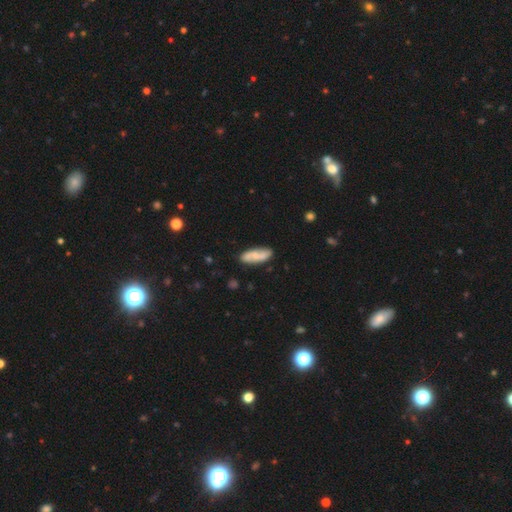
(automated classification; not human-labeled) The model was most divided on "smooth or featured": smooth: 57%, featured or disk: 37%, star or artifact: 6%. More confident: merging — none (78%); how rounded — in between (68%).